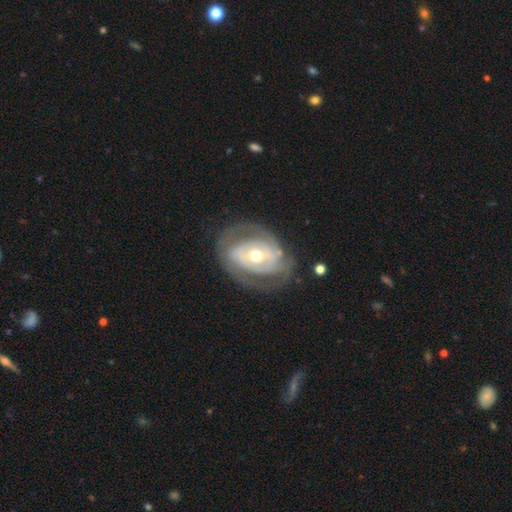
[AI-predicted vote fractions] This is likely a featured or disk galaxy (79%). It is clearly not viewed edge-on (96%). Bar: possibly no (52%). Spiral arm pattern: likely yes (75%). Spiral arm count: possibly 2 (55%). Spiral winding: possibly tight (55%). Central bulge: likely moderate (64%). Merging: likely none (68%).